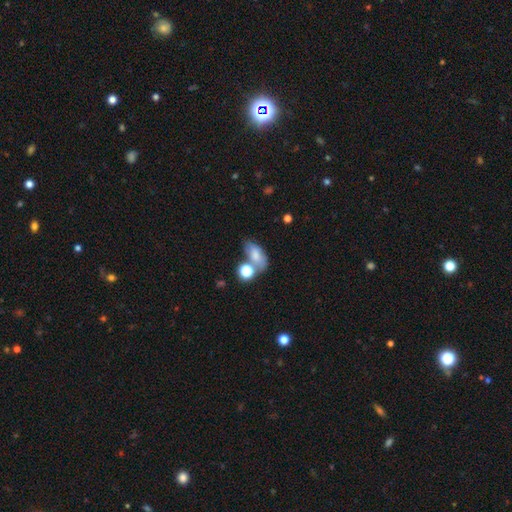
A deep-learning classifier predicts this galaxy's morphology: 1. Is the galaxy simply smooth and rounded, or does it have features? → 71% smooth, 17% featured or disk, 11% star or artifact.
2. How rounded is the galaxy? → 84% in between, 11% round, 4% cigar-shaped.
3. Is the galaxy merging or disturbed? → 40% none, 30% merger, 19% minor disturbance, 11% major disturbance.